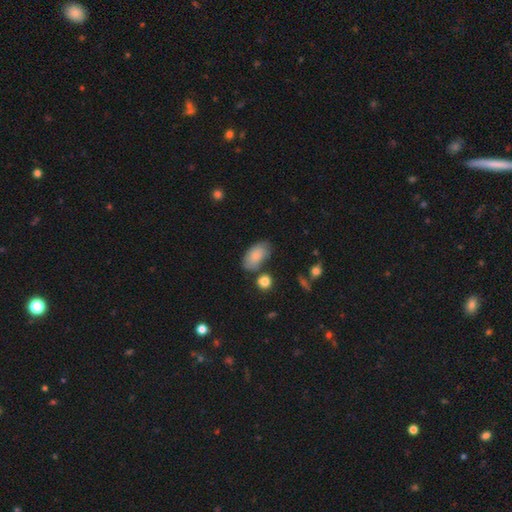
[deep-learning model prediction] This appears to be a smooth galaxy with no disk features (79%) that is in between round and cigar-shaped (93%). Merging: none (66%).